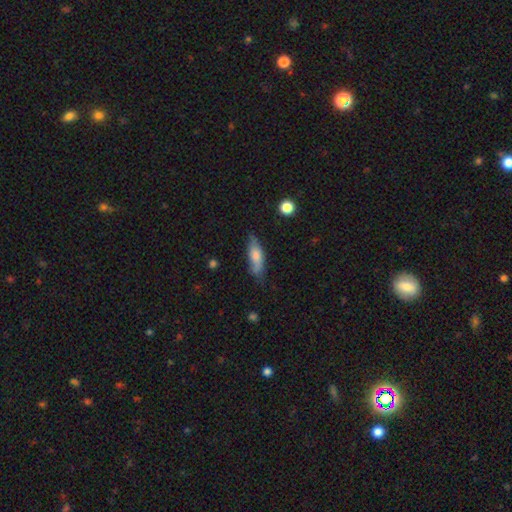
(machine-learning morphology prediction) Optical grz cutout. It shows a smooth galaxy with no disk features (58%) that is cigar-shaped (50%). Merging: none (72%).